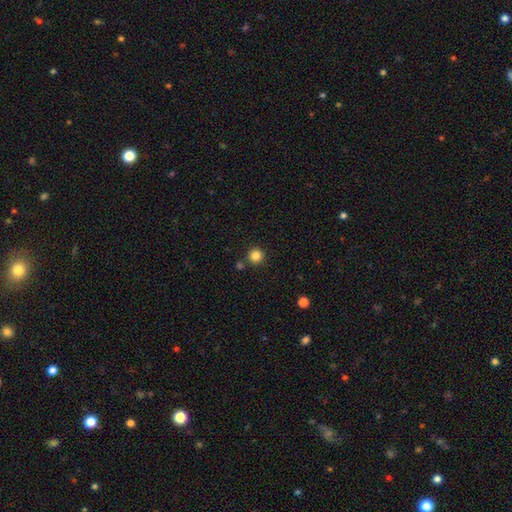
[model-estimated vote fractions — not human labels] This is clearly a smooth galaxy (84%). How rounded: clearly round (95%). Merging: clearly none (85%).